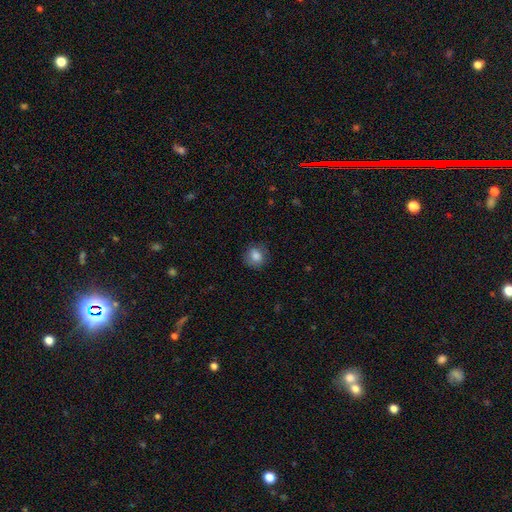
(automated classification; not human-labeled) Overall: smooth (82%). How rounded: round (77%). Merging: none (80%).